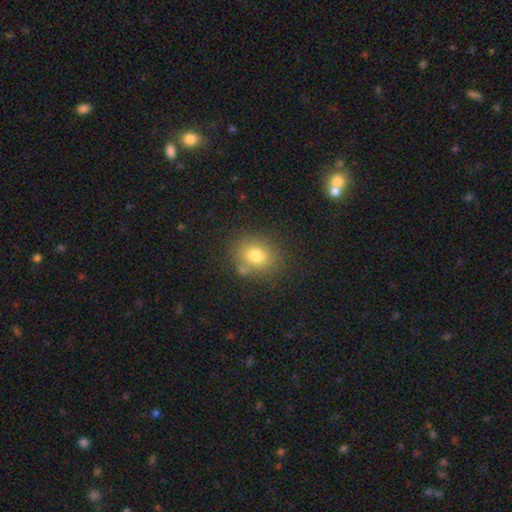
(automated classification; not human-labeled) Morphology: type=smooth (77%); roundness=round (55%); merging=none (74%).